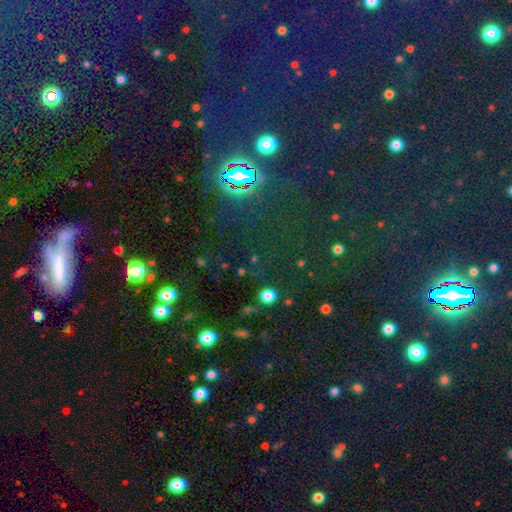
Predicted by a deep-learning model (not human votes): The model was most divided on "smooth or featured": star or artifact: 74%, smooth: 16%, featured or disk: 10%.